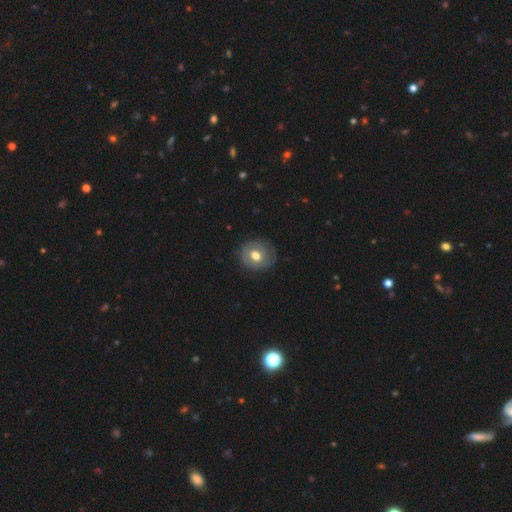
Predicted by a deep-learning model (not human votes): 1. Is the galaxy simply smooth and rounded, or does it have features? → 59% smooth, 33% featured or disk, 7% star or artifact.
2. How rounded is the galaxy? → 80% round, 20% in between, 1% cigar-shaped.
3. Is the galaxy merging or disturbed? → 81% none, 14% minor disturbance, 4% major disturbance, 1% merger.